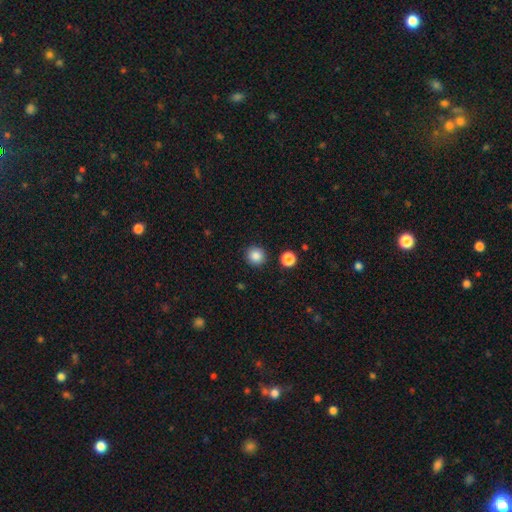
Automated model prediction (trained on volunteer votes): This is clearly a smooth galaxy (86%). How rounded: clearly round (93%). Merging: clearly none (90%).